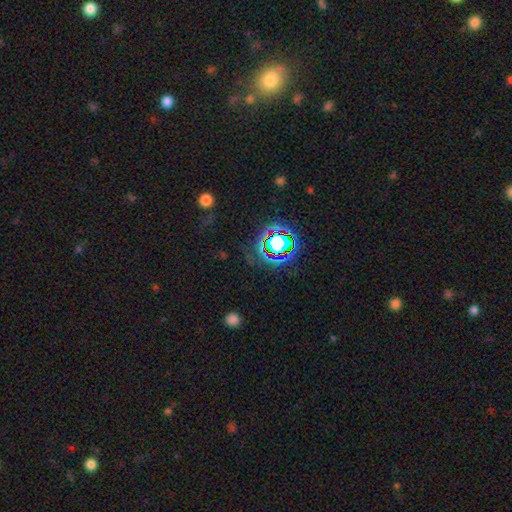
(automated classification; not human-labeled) A star or artifact, not a galaxy (75%).